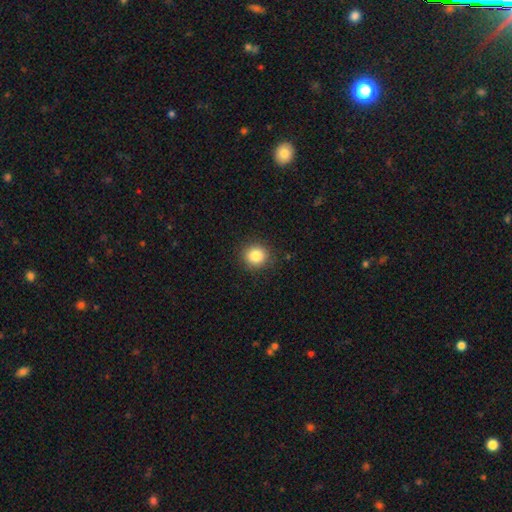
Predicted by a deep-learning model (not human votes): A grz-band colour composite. It shows a smooth galaxy with no disk features (84%) that is round (88%). Merging: none (89%).